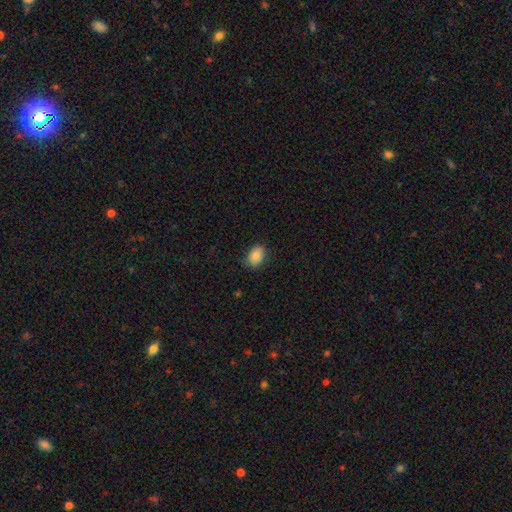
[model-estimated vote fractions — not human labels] smooth_or_featured: smooth (p=0.84) [alt: star or artifact p=0.08]
how_rounded: in between (p=0.77) [alt: round p=0.22]
merging: none (p=0.81) [alt: minor disturbance p=0.15]